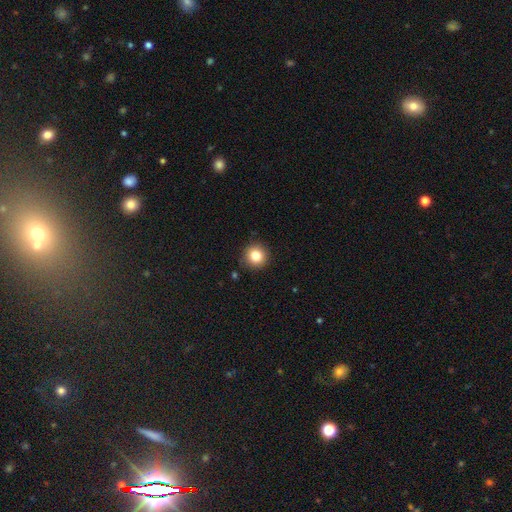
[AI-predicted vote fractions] A smooth galaxy with no disk features (82%) that is round (94%).

Vote fractions:
- Smooth or featured? smooth: 82% / star or artifact: 11% / featured or disk: 7%
- How rounded? round: 94% / in between: 5% / cigar-shaped: 1%
- Merging? none: 90% / minor disturbance: 7% / major disturbance: 2% / merger: 1%